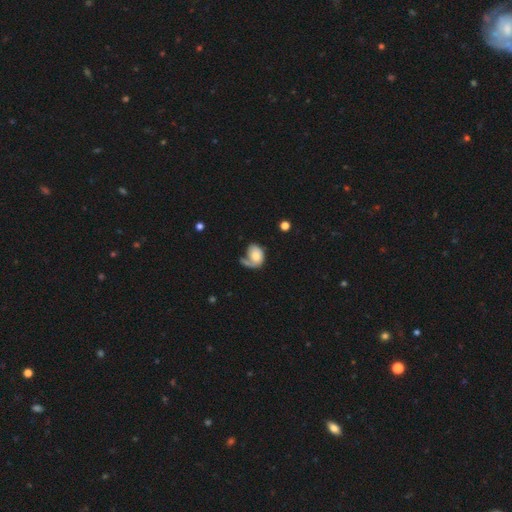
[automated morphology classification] Smooth or featured? smooth (52%)
How rounded? in between (64%)
Merging? major disturbance (34%)